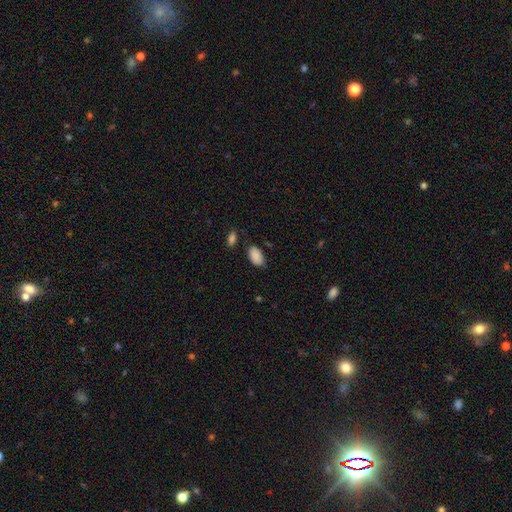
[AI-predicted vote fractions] A smooth galaxy with no disk features (89%) that is in between round and cigar-shaped (94%).

Vote fractions:
- Smooth or featured? smooth: 89% / star or artifact: 7% / featured or disk: 4%
- How rounded? in between: 94% / round: 4% / cigar-shaped: 1%
- Merging? none: 77% / minor disturbance: 16% / major disturbance: 4% / merger: 3%